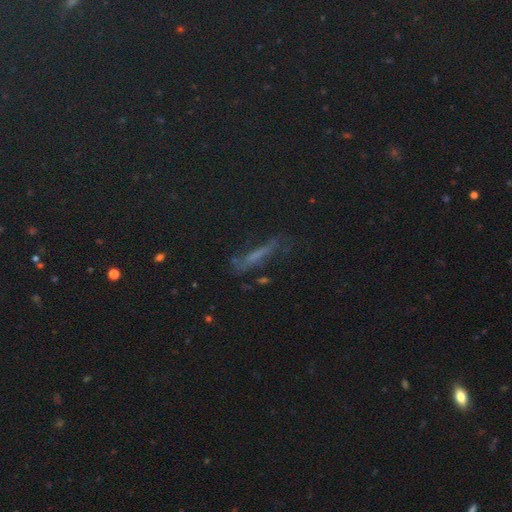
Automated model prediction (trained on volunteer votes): The model was most divided on "smooth or featured" (2-way tie): star or artifact: 35%, smooth: 35%, featured or disk: 30%.